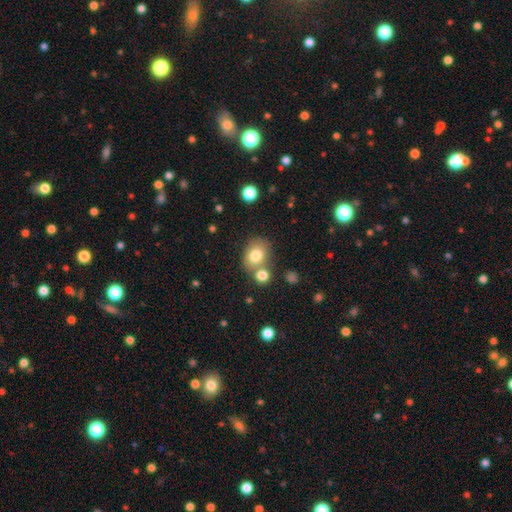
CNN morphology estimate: Smooth or featured? Predicted: smooth (p=0.78). How rounded? Predicted: in between (p=0.55). Merging? Predicted: none (p=0.56).